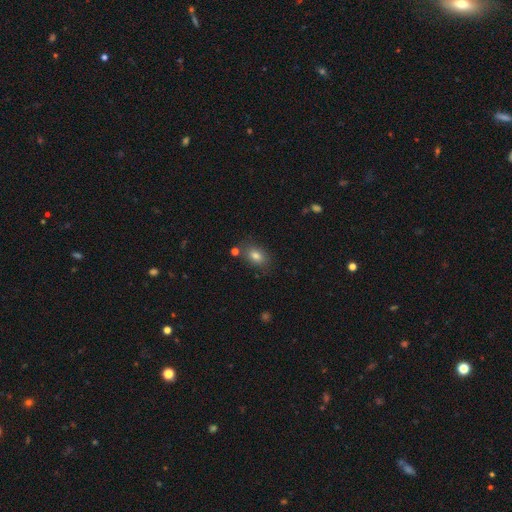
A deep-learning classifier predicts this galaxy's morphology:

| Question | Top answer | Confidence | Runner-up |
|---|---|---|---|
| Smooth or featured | smooth | 80% | star or artifact (11%) |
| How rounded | in between | 80% | round (18%) |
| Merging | none | 77% | minor disturbance (13%) |